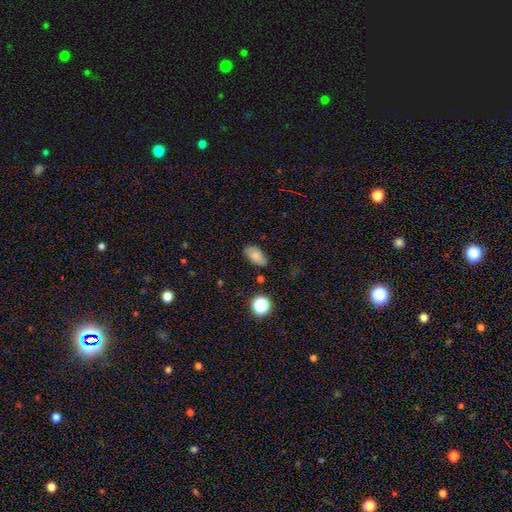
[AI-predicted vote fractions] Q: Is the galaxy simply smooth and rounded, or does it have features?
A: smooth — 74%.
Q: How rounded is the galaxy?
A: in between — 90%.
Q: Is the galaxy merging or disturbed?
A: none — 78%.